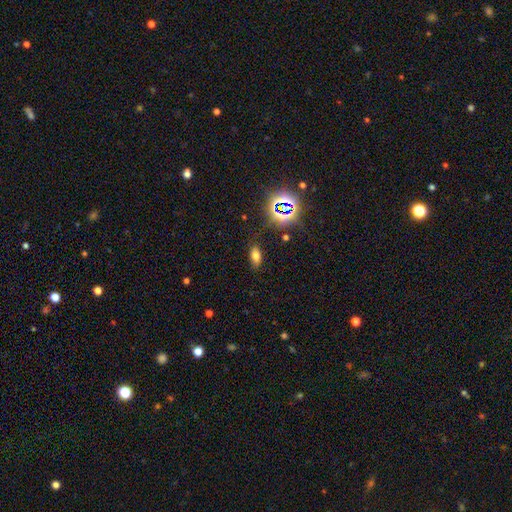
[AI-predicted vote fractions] smooth 67%, star or artifact 23%, featured or disk 10%. Down the decision tree: how rounded — in between (87%); merging — none (85%).